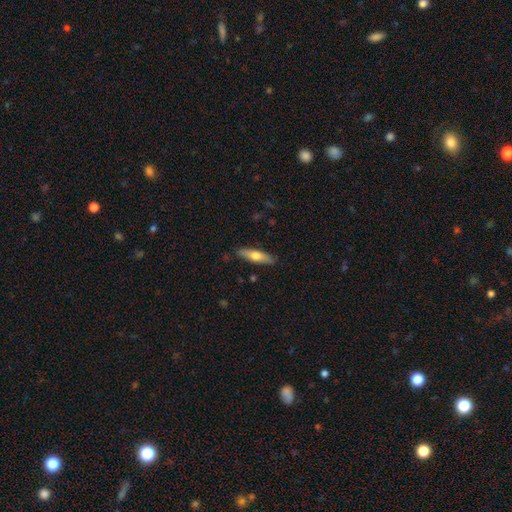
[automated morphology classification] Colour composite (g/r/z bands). It shows a smooth galaxy with no disk features (59%) that is cigar-shaped (66%). Merging: none (88%).